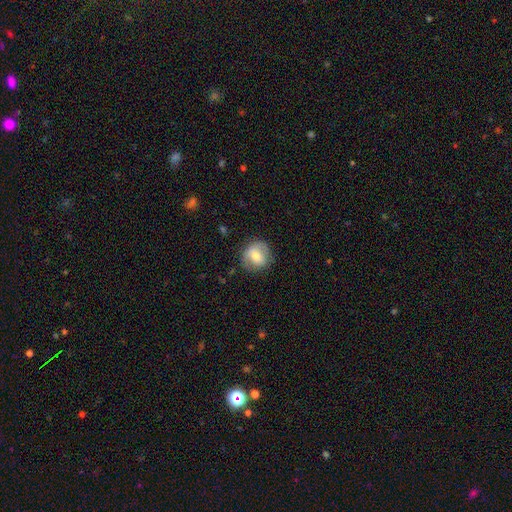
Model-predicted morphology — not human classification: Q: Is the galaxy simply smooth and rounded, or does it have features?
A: smooth — 58%.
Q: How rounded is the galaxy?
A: round — 83%.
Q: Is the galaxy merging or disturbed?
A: none — 75%.